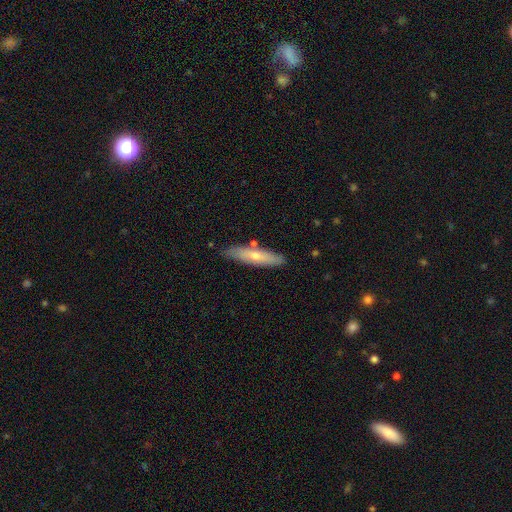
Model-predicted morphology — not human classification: smooth 59%, featured or disk 35%, star or artifact 6%. Down the decision tree: how rounded — cigar-shaped (76%); merging — none (81%).